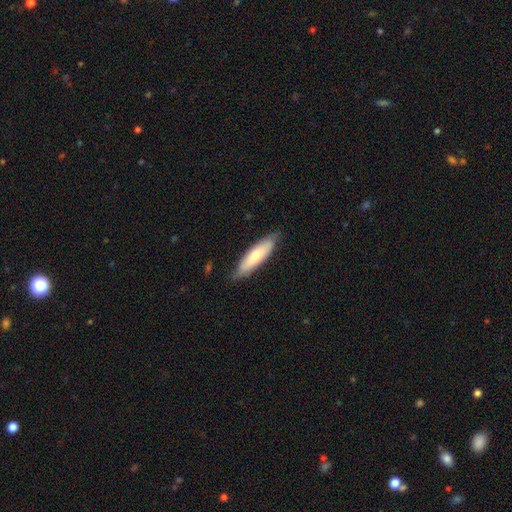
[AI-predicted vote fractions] This is likely a smooth galaxy (66%). How rounded: likely cigar-shaped (61%). Merging: clearly none (81%).